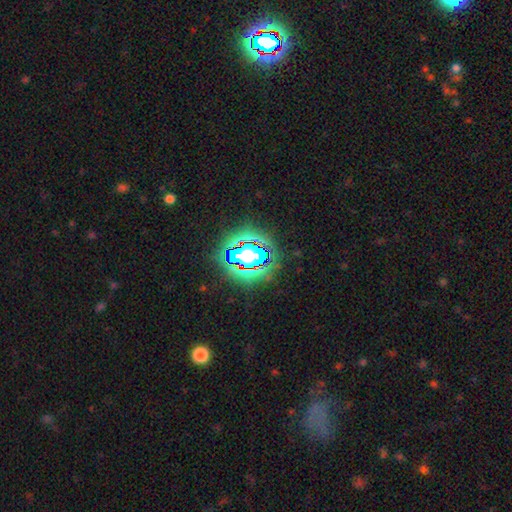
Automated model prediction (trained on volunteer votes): Q: Smooth or featured?
A: star or artifact (78%); runner-up: smooth (13%)